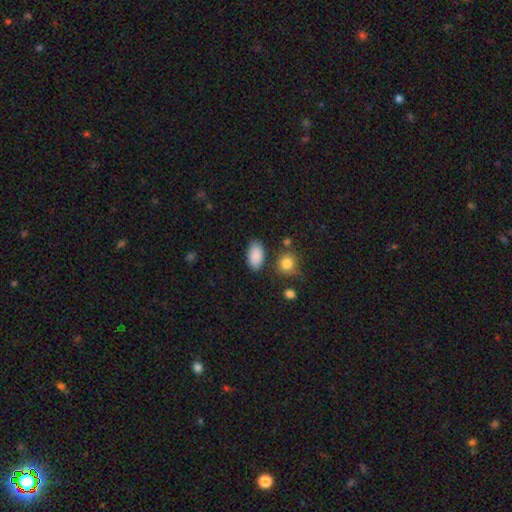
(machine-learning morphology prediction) Overall: smooth (89%). How rounded: in between (94%). Merging: none (82%).